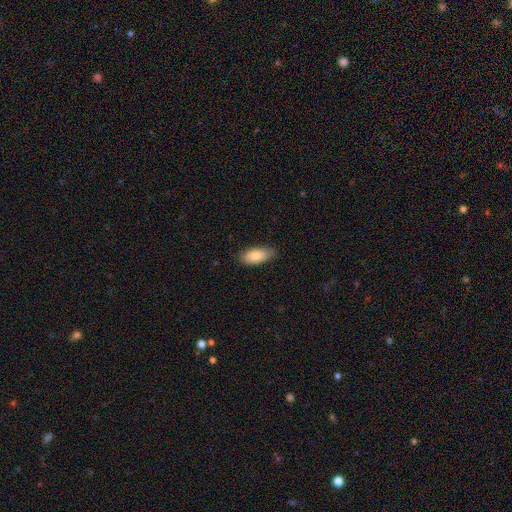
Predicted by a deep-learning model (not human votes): Q: Smooth or featured?
A: smooth (85%); runner-up: featured or disk (9%)
Q: How rounded?
A: in between (86%); runner-up: cigar-shaped (12%)
Q: Merging?
A: none (81%); runner-up: minor disturbance (15%)